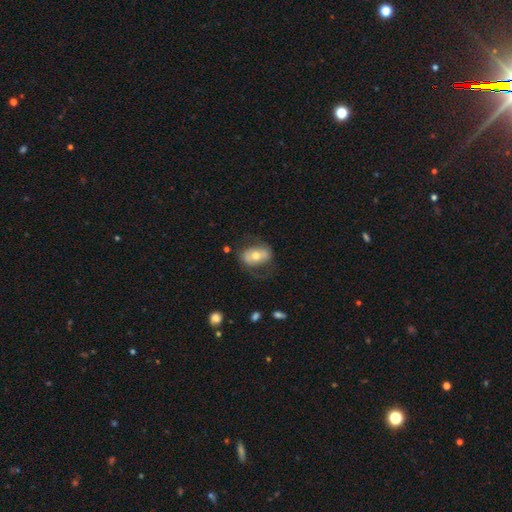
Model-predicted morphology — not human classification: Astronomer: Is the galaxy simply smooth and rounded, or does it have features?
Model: smooth — 49% (runner-up: featured or disk, 44%).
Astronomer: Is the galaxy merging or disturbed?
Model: none — 62%.